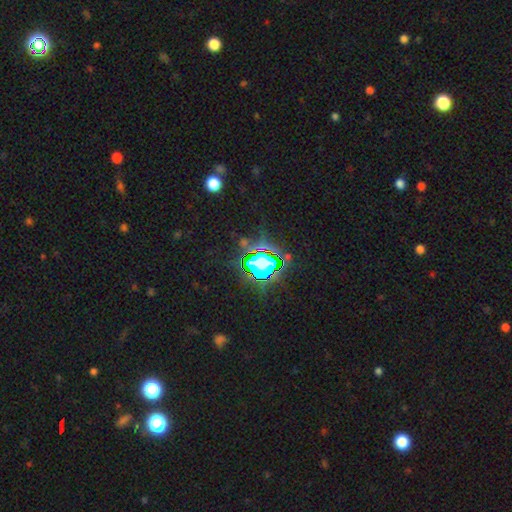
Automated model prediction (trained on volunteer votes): Smooth or featured? Predicted: star or artifact (p=0.80).